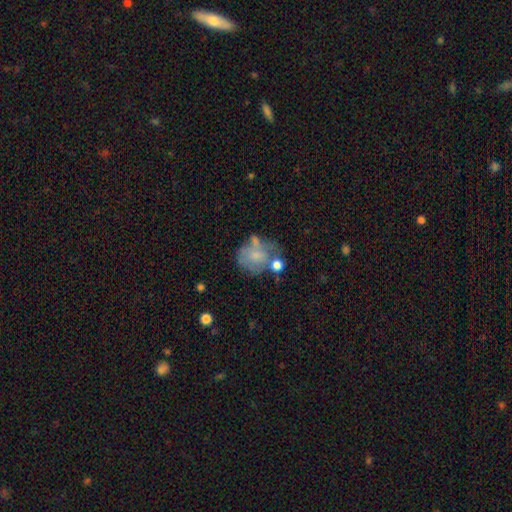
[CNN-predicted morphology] Smooth or featured: smooth — 55% (featured or disk — 35%)
How rounded: round — 61% (in between — 38%)
Merging: none — 34% (minor disturbance — 23%)